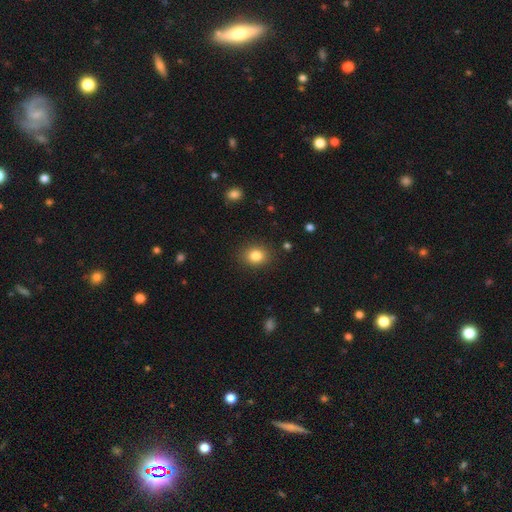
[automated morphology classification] smooth_or_featured: smooth (p=0.84) [alt: star or artifact p=0.10]
how_rounded: round (p=0.58) [alt: in between p=0.41]
merging: none (p=0.88) [alt: minor disturbance p=0.08]